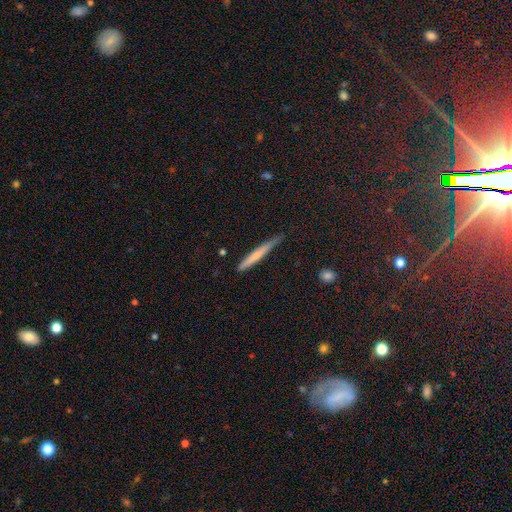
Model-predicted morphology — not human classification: This appears to be a smooth galaxy with no disk features (61%) that is cigar-shaped (96%). Merging: none (74%).